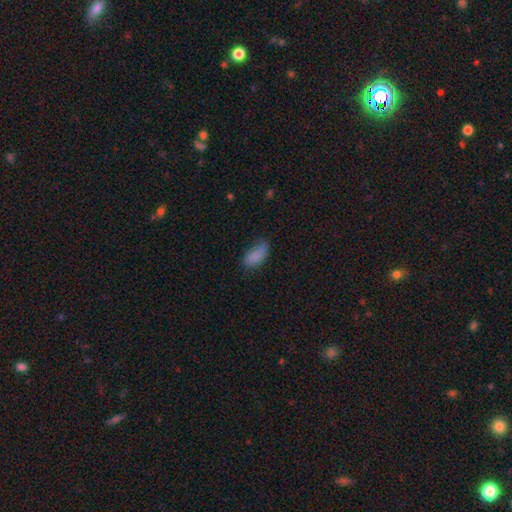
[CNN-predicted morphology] smooth_or_featured: smooth (p=0.83) [alt: star or artifact p=0.08]
how_rounded: in between (p=0.90) [alt: cigar-shaped p=0.07]
merging: none (p=0.55) [alt: minor disturbance p=0.32]